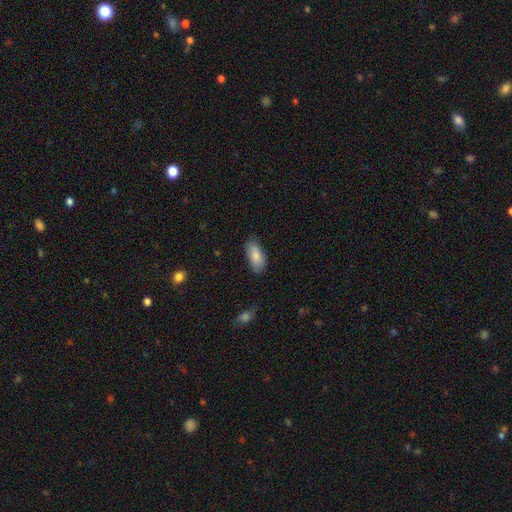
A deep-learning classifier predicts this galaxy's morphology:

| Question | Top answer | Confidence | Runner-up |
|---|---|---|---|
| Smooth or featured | smooth | 85% | featured or disk (9%) |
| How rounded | in between | 88% | cigar-shaped (10%) |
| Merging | none | 78% | minor disturbance (17%) |